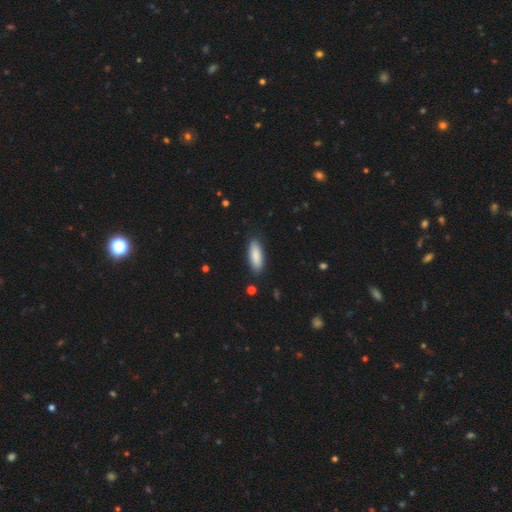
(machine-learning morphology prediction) A smooth galaxy with no disk features (87%) that is in between round and cigar-shaped (63%). Merging: none (88%).